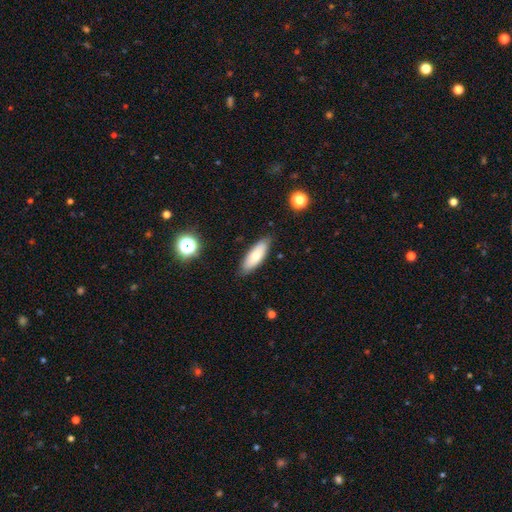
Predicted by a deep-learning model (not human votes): smooth_or_featured: smooth (p=0.73) [alt: featured or disk p=0.20]
how_rounded: in between (p=0.67) [alt: cigar-shaped p=0.31]
merging: none (p=0.84) [alt: minor disturbance p=0.12]